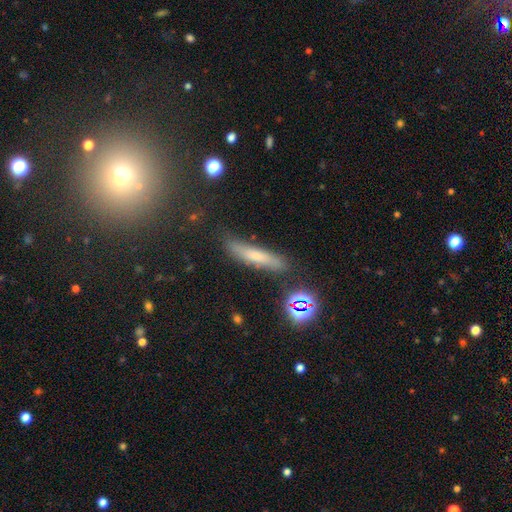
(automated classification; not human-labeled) Overall: smooth (59%; featured or disk 26%). How rounded: cigar-shaped (85%). Merging: none (77%).